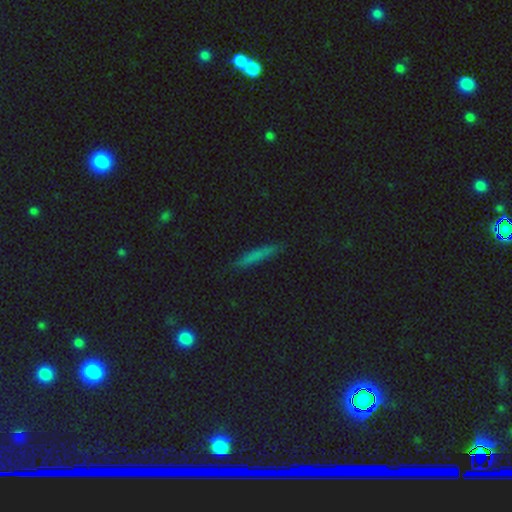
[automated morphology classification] This appears to be a smooth galaxy with no disk features (67%) that is cigar-shaped (90%). Merging: none (85%).